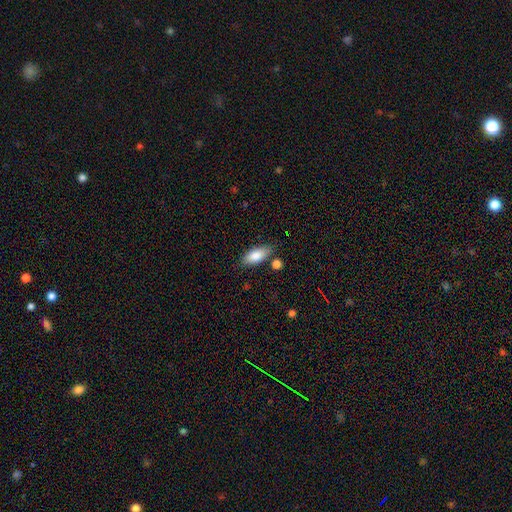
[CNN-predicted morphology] Smooth or featured?
  - smooth: 84% *
  - featured or disk: 10%
  - star or artifact: 6%
How rounded?
  - in between: 84% *
  - cigar-shaped: 13%
  - round: 3%
Merging?
  - none: 76% *
  - minor disturbance: 15%
  - merger: 6%
  - major disturbance: 3%